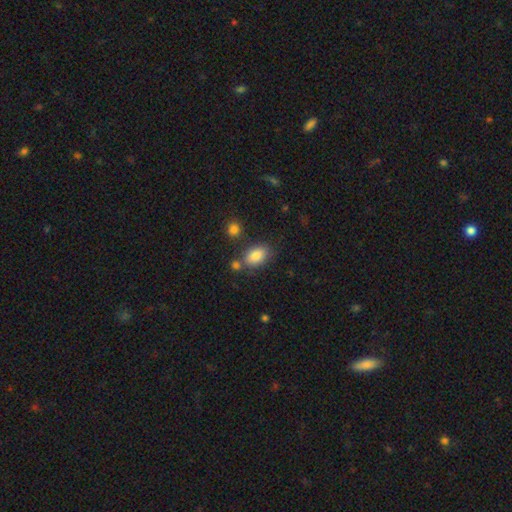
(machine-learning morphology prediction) The model was most divided on "merging": none: 67%, minor disturbance: 15%, merger: 13%, major disturbance: 4%. More confident: how rounded — in between (88%); smooth or featured — smooth (84%).